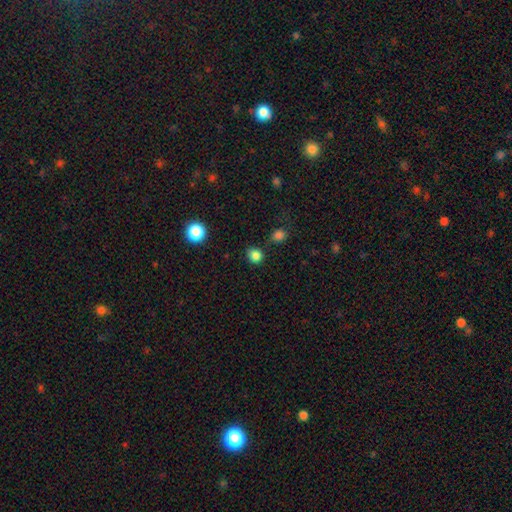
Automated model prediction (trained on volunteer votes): Overall: smooth (82%). How rounded: round (82%). Merging: none (79%).